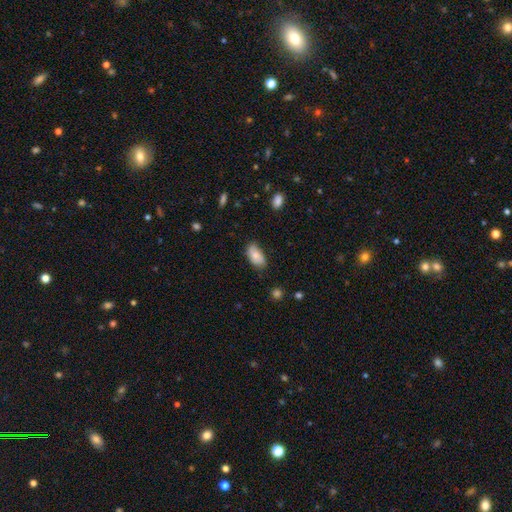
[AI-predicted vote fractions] The model was most divided on "merging": none: 72%, minor disturbance: 23%, major disturbance: 4%, merger: 1%. More confident: how rounded — in between (94%); smooth or featured — smooth (78%).